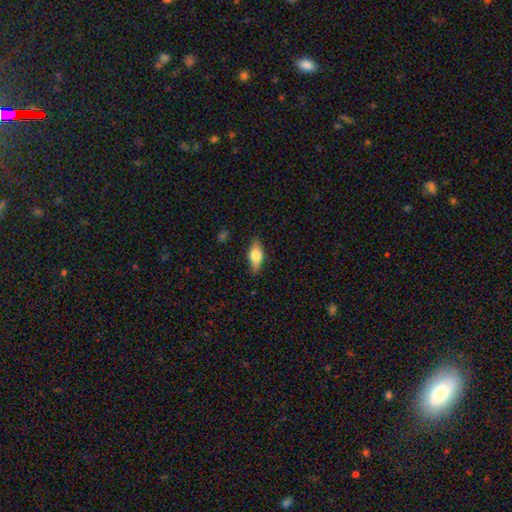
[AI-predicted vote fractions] smooth 64%, featured or disk 29%, star or artifact 7%. Down the decision tree: how rounded — in between (77%); merging — none (84%).